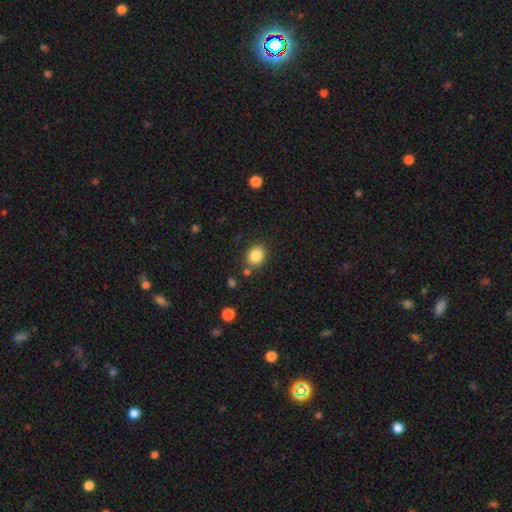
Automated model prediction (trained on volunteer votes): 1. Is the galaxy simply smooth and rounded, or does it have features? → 85% smooth, 9% star or artifact, 5% featured or disk.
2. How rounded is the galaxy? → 52% round, 47% in between, 1% cigar-shaped.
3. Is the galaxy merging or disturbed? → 81% none, 10% minor disturbance, 5% merger, 3% major disturbance.